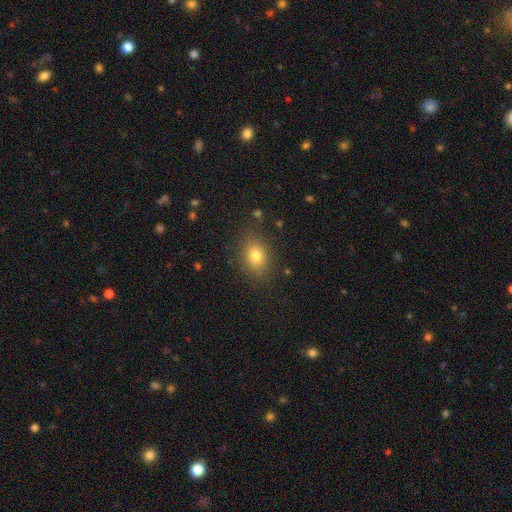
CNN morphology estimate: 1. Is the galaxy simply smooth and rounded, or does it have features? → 77% smooth, 13% star or artifact, 10% featured or disk.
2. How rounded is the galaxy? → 55% in between, 43% round, 1% cigar-shaped.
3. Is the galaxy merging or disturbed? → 82% none, 12% minor disturbance, 4% major disturbance, 2% merger.